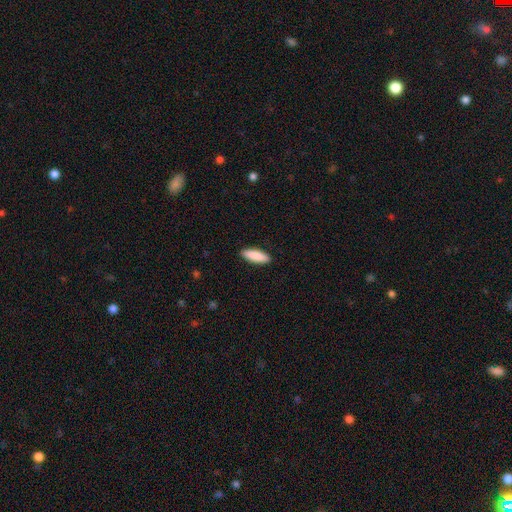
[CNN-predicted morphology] Smooth or featured?
  - smooth: 89% *
  - featured or disk: 6%
  - star or artifact: 5%
How rounded?
  - in between: 60% *
  - cigar-shaped: 38%
  - round: 2%
Merging?
  - none: 90% *
  - minor disturbance: 7%
  - major disturbance: 2%
  - merger: 1%